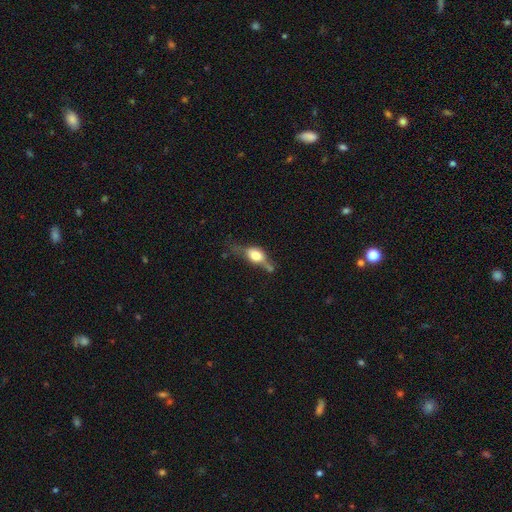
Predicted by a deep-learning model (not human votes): smooth_or_featured: smooth (p=0.53) [alt: featured or disk p=0.38]
how_rounded: in between (p=0.65) [alt: round p=0.19]
merging: none (p=0.37) [alt: minor disturbance p=0.25]